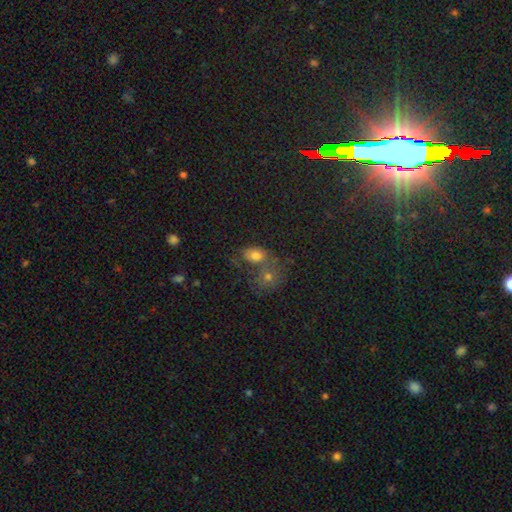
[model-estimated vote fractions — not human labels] This is likely a smooth galaxy (68%). How rounded: likely in between (74%). Merging: marginally merger (45%).